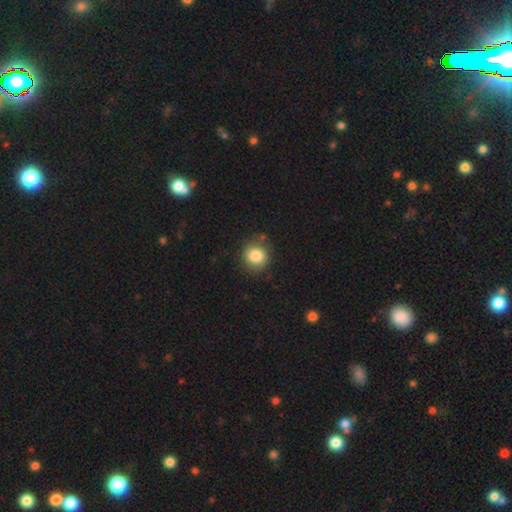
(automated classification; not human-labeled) Smooth or featured: smooth — 83% (star or artifact — 10%)
How rounded: round — 86% (in between — 13%)
Merging: none — 83% (minor disturbance — 11%)